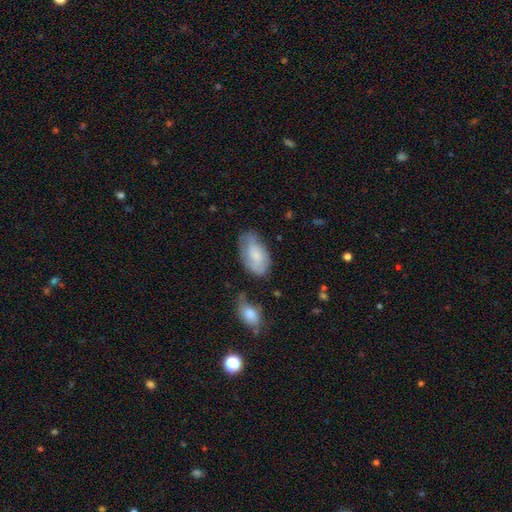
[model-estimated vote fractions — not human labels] Smooth or featured?
  - smooth: 62% *
  - featured or disk: 31%
  - star or artifact: 7%
How rounded?
  - in between: 93% *
  - round: 4%
  - cigar-shaped: 2%
Merging?
  - none: 55% *
  - minor disturbance: 30%
  - major disturbance: 10%
  - merger: 5%